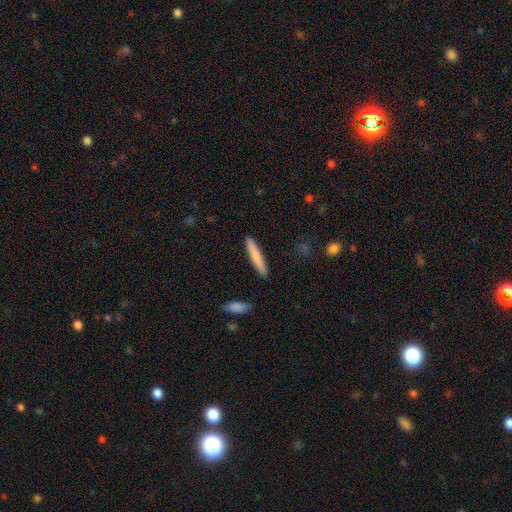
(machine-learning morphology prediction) Q: Smooth or featured?
A: smooth (77%); runner-up: featured or disk (18%)
Q: How rounded?
A: cigar-shaped (94%); runner-up: in between (5%)
Q: Merging?
A: none (91%); runner-up: minor disturbance (6%)